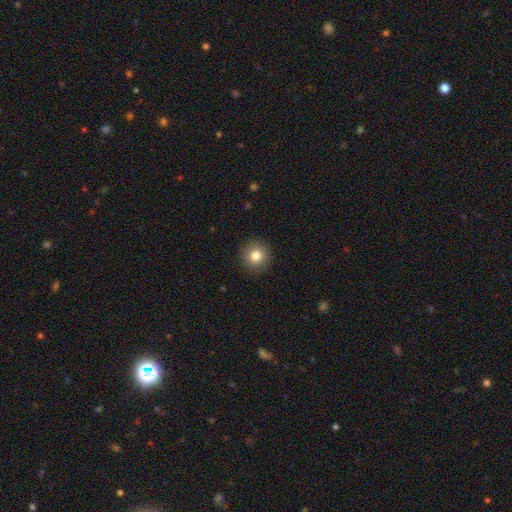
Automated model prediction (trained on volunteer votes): smooth_or_featured: smooth (p=0.82) [alt: star or artifact p=0.11]
how_rounded: round (p=0.93) [alt: in between p=0.06]
merging: none (p=0.92) [alt: minor disturbance p=0.05]